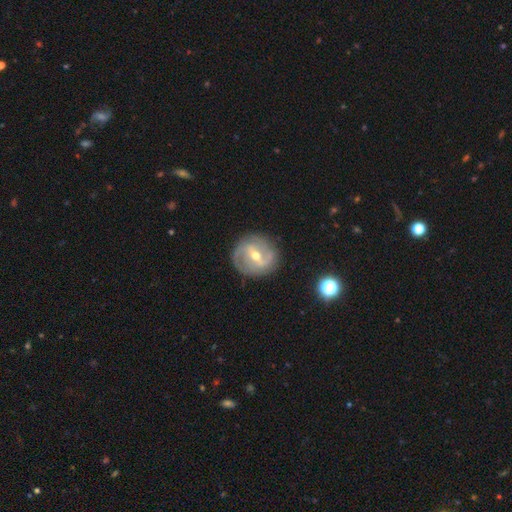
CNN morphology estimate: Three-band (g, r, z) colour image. It shows a featured or disk galaxy (80%) with a weak bar (43%), 2 (71%) medium (42%) spiral arms (88%) and a moderate central bulge (59%). Merging: none (83%).